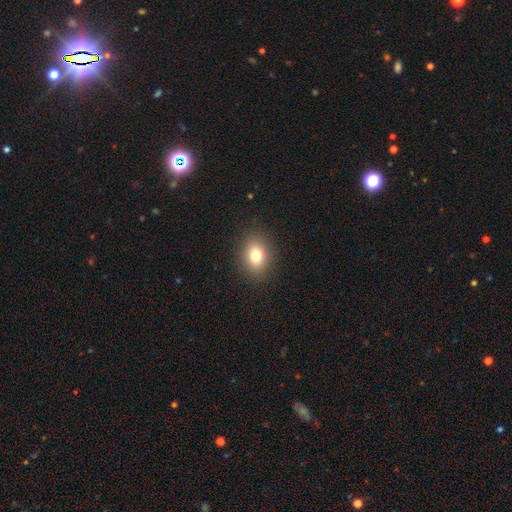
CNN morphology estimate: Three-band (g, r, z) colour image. It shows a smooth galaxy with no disk features (78%) that is in between round and cigar-shaped (63%). Merging: none (88%).